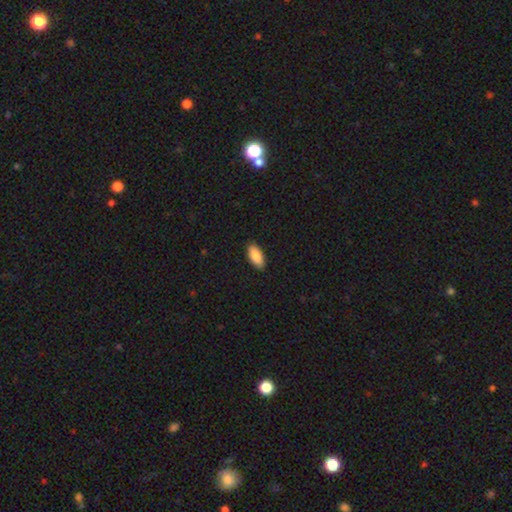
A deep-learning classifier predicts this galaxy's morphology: The model was most divided on "merging": none: 89%, minor disturbance: 8%, major disturbance: 2%, merger: 1%. More confident: how rounded — in between (91%); smooth or featured — smooth (88%).